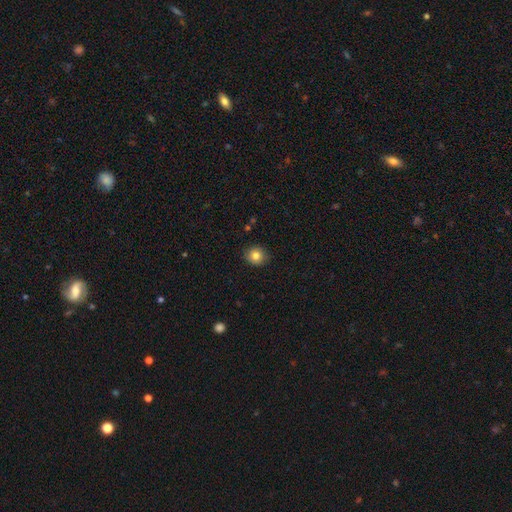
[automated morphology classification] Overall: smooth (82%). How rounded: round (86%). Merging: none (89%).